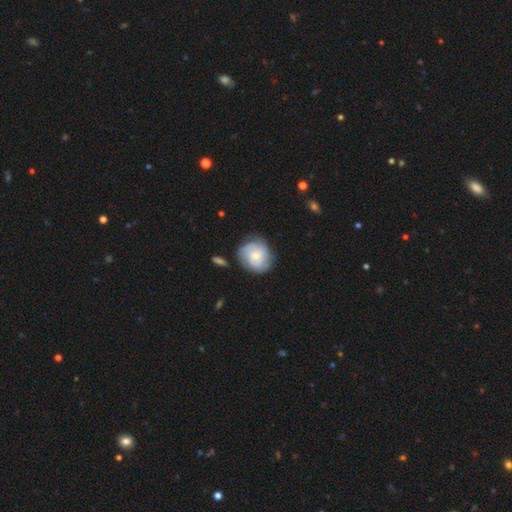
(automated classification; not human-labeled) smooth_or_featured: featured or disk (p=0.63) [alt: smooth p=0.31]
disk_edge_on: no (p=0.98) [alt: yes p=0.02]
bar: no (p=0.67) [alt: weak p=0.29]
has_spiral_arms: yes (p=0.88) [alt: no p=0.12]
spiral_winding: tight (p=0.60) [alt: medium p=0.30]
spiral_arm_count: can't tell (p=0.38) [alt: 2 p=0.25]
bulge_size: moderate (p=0.46) [alt: small p=0.43]
merging: none (p=0.71) [alt: minor disturbance p=0.20]